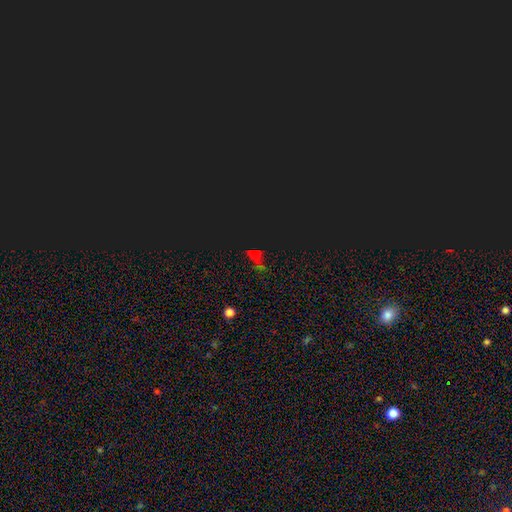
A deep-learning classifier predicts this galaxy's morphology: A star or artifact, not a galaxy (68%).

Vote fractions:
- Smooth or featured? star or artifact: 68% / smooth: 22% / featured or disk: 10%